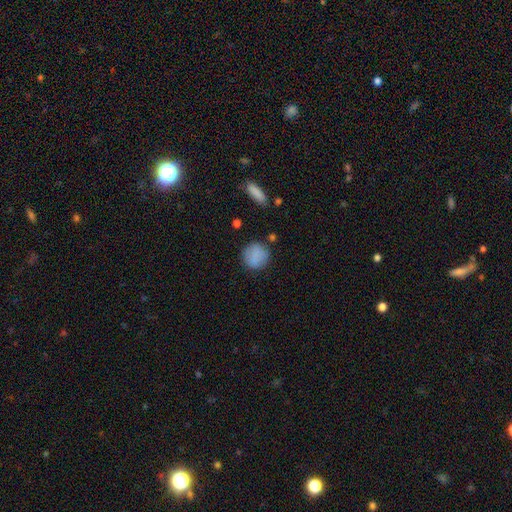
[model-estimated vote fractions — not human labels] Q: Smooth or featured?
A: smooth (84%); runner-up: star or artifact (8%)
Q: How rounded?
A: round (90%); runner-up: in between (9%)
Q: Merging?
A: none (81%); runner-up: minor disturbance (12%)